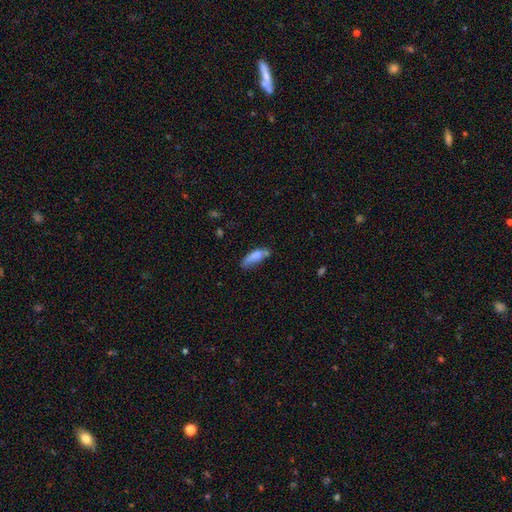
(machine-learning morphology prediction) This is likely a smooth galaxy (72%). How rounded: likely in between (63%). Merging: marginally none (38%).